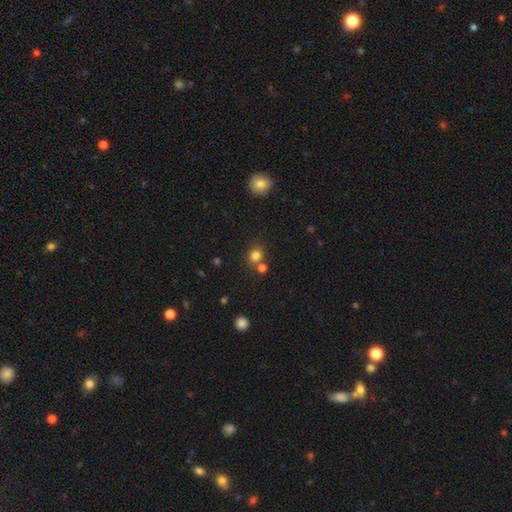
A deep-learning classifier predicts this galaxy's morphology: Smooth or featured: smooth — 79% (star or artifact — 14%)
How rounded: round — 84% (in between — 15%)
Merging: none — 66% (merger — 22%)